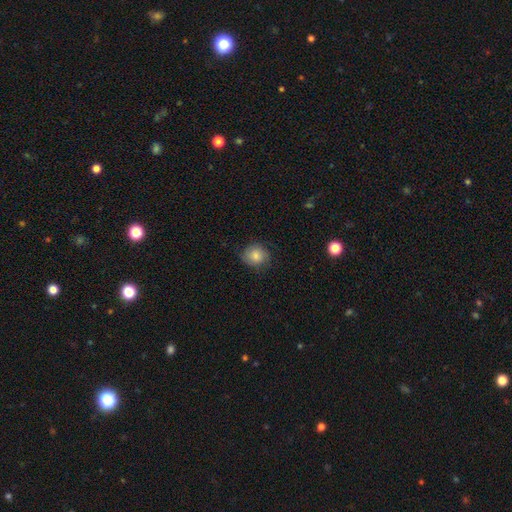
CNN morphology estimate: type=smooth (80%); roundness=round (79%); merging=none (77%).